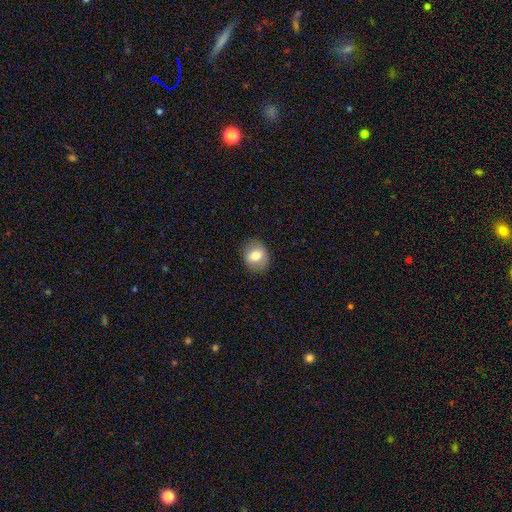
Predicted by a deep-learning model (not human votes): Overall: smooth (74%). How rounded: round (58%; in between 41%). Merging: none (84%).